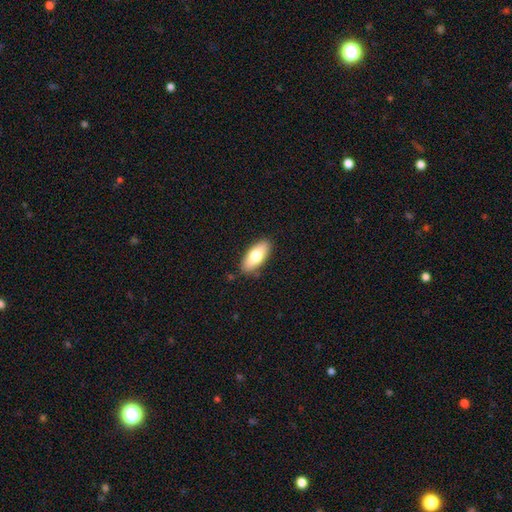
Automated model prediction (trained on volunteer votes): Morphology: type=smooth (73%); roundness=in between (84%); merging=none (86%).